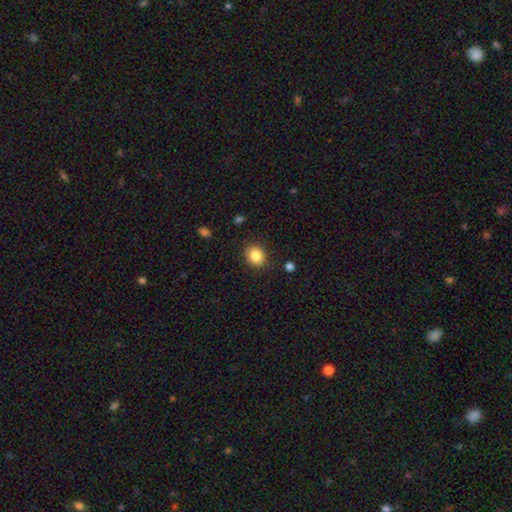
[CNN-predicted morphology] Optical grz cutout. It shows a smooth galaxy with no disk features (85%) that is round (69%). Merging: none (86%).